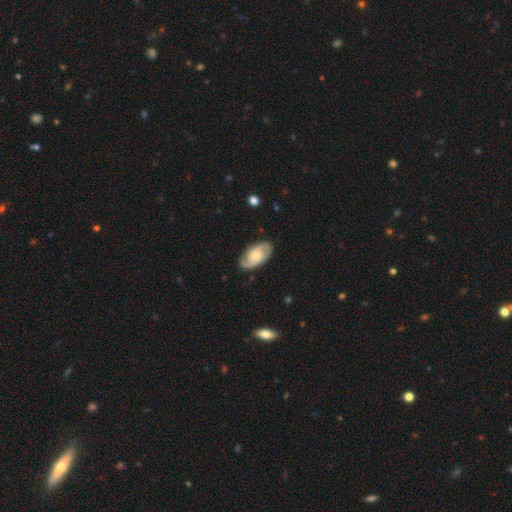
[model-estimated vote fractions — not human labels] smooth-or-featured: featured or disk: 72% | smooth: 23% | star or artifact: 6%
  disk-edge-on: no: 95% | yes: 5%
    bar: no: 48% | weak: 43% | strong: 9%
    has-spiral-arms: yes: 94% | no: 6%
      spiral-winding: medium: 49% | tight: 31% | loose: 20%
      spiral-arm-count: 2: 84% | can't tell: 8% | 3: 3% | 1: 3% | 4: 1% | more than 4: 1%
    bulge-size: moderate: 43% | small: 34% | large: 11% | none: 11% | dominant: 2%
  merging: none: 81% | minor disturbance: 14% | major disturbance: 4% | merger: 1%